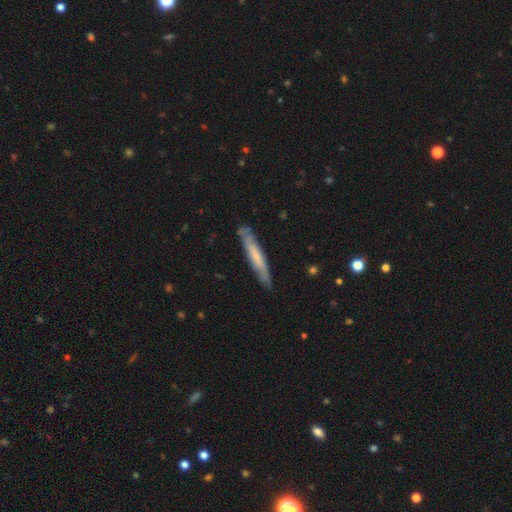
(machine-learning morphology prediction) This appears to be a smooth galaxy with no disk features (51%) that is cigar-shaped (93%). Merging: none (81%).